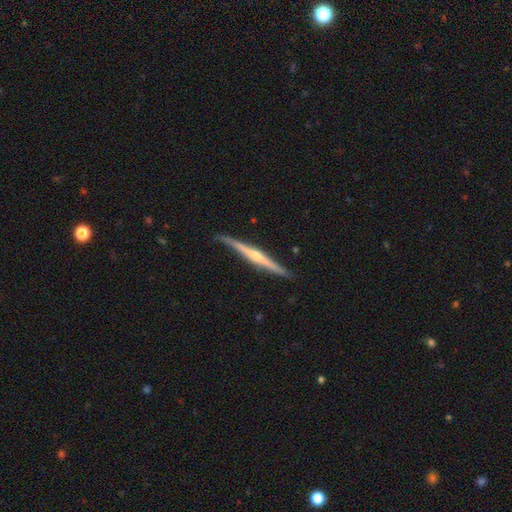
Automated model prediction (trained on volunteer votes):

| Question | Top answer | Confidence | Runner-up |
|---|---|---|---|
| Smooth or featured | featured or disk | 81% | smooth (14%) |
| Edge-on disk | yes | 98% | no (2%) |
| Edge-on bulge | rounded | 80% | none (14%) |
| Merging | none | 88% | minor disturbance (9%) |